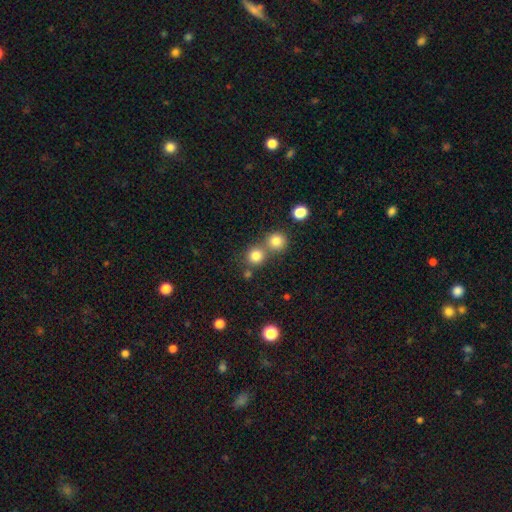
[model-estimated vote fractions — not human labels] smooth 81%, star or artifact 13%, featured or disk 6%. Down the decision tree: how rounded — round (91%); merging — none (60%).